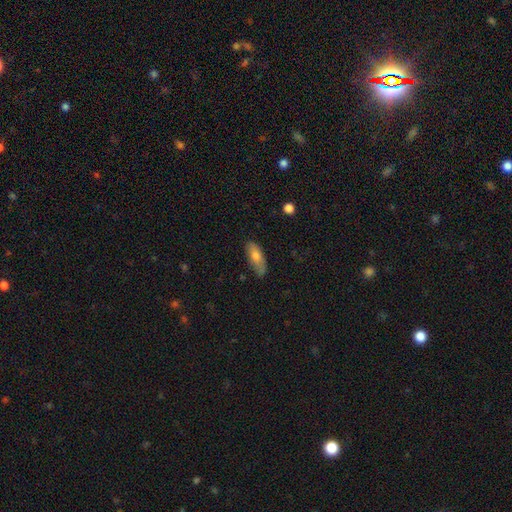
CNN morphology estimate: A smooth galaxy with no disk features (73%) that is in between round and cigar-shaped (71%). Merging: none (70%).